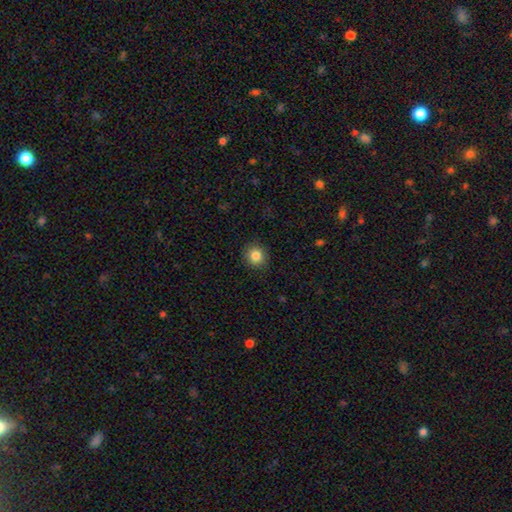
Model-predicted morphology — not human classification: smooth 84%, star or artifact 10%, featured or disk 6%. Down the decision tree: how rounded — round (89%); merging — none (91%).